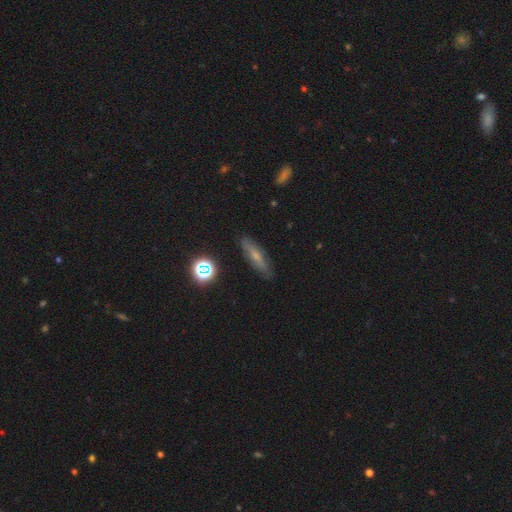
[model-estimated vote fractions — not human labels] smooth 53%, featured or disk 35%, star or artifact 13%. Down the decision tree: how rounded — cigar-shaped (69%); merging — none (84%).